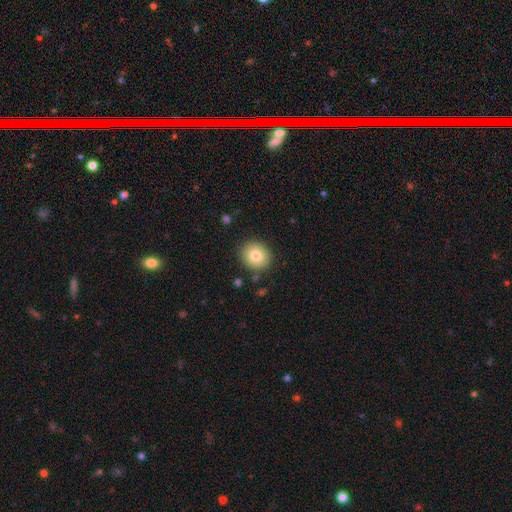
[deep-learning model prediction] A smooth galaxy with no disk features (80%) that is round (82%).

Vote fractions:
- Smooth or featured? smooth: 80% / featured or disk: 11% / star or artifact: 9%
- How rounded? round: 82% / in between: 17% / cigar-shaped: 1%
- Merging? none: 88% / minor disturbance: 8% / major disturbance: 2% / merger: 2%